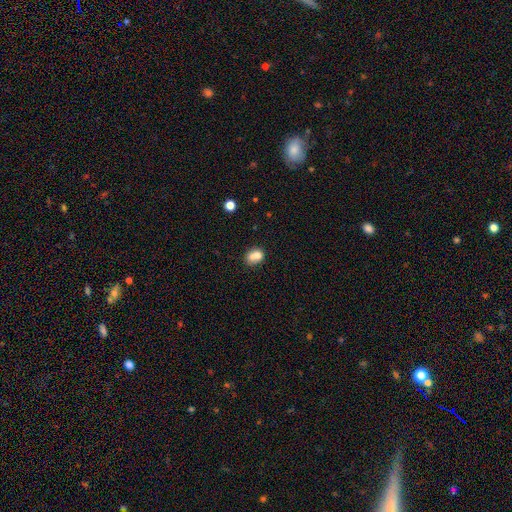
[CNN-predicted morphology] smooth 74%, featured or disk 15%, star or artifact 10%. Down the decision tree: how rounded — in between (59%); merging — merger (39%, tied with none).